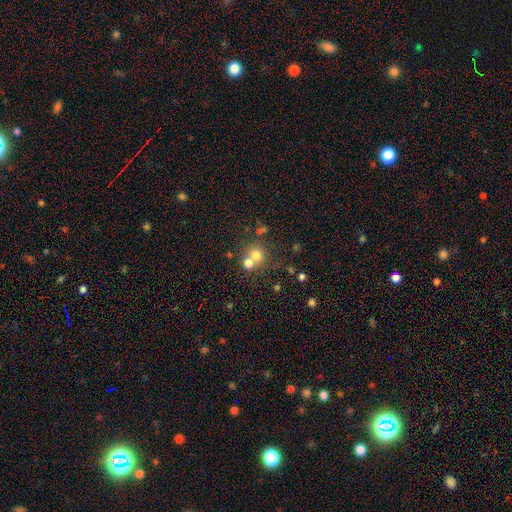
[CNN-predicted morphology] Smooth or featured? Predicted: smooth (p=0.71). How rounded? Predicted: round (p=0.87). Merging? Predicted: none (p=0.50).